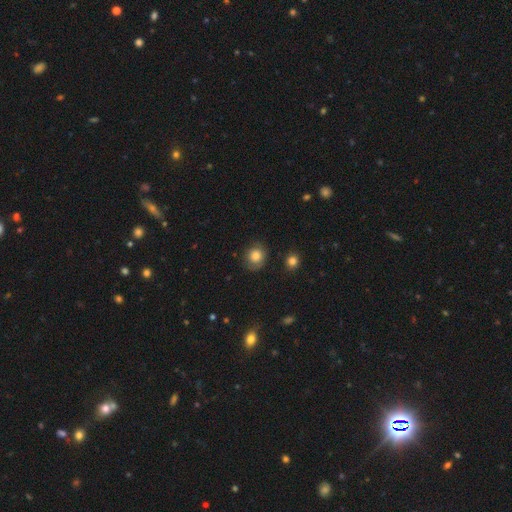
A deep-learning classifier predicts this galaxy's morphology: smooth-or-featured: smooth: 82% | star or artifact: 10% | featured or disk: 8%
  how-rounded: round: 80% | in between: 20% | cigar-shaped: 1%
  merging: none: 79% | minor disturbance: 15% | major disturbance: 4% | merger: 2%